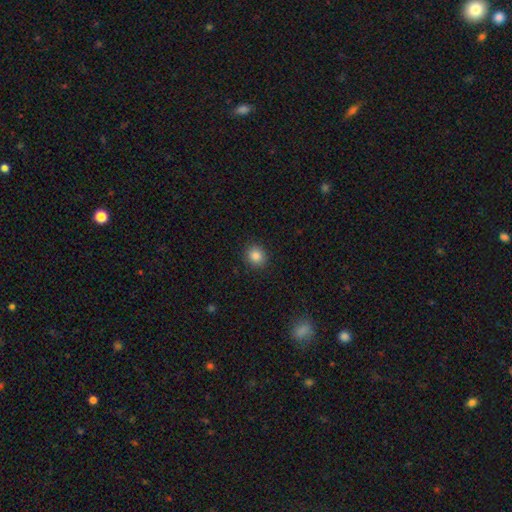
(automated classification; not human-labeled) smooth_or_featured: smooth (p=0.86) [alt: star or artifact p=0.10]
how_rounded: round (p=0.80) [alt: in between p=0.19]
merging: none (p=0.90) [alt: minor disturbance p=0.07]